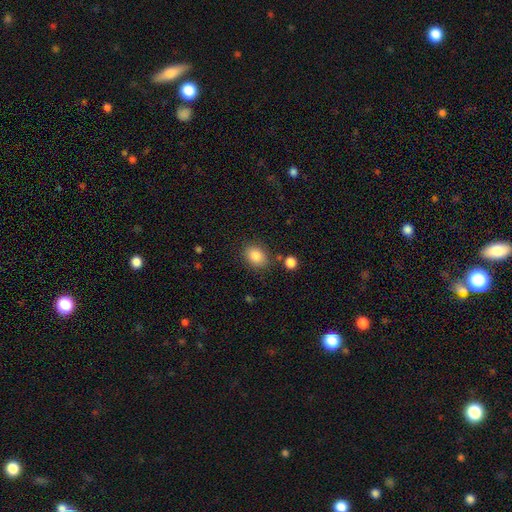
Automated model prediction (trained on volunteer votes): Morphology: type=smooth (85%); roundness=in between (56%); merging=none (81%).